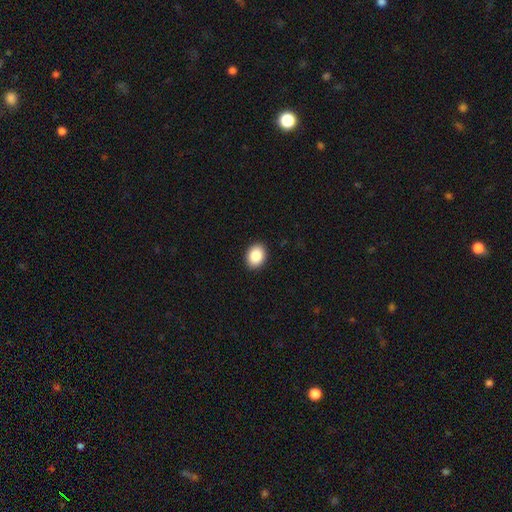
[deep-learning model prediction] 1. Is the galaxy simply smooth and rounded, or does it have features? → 88% smooth, 8% star or artifact, 5% featured or disk.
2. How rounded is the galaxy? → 64% in between, 35% round, 1% cigar-shaped.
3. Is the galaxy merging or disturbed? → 91% none, 6% minor disturbance, 2% major disturbance, 1% merger.